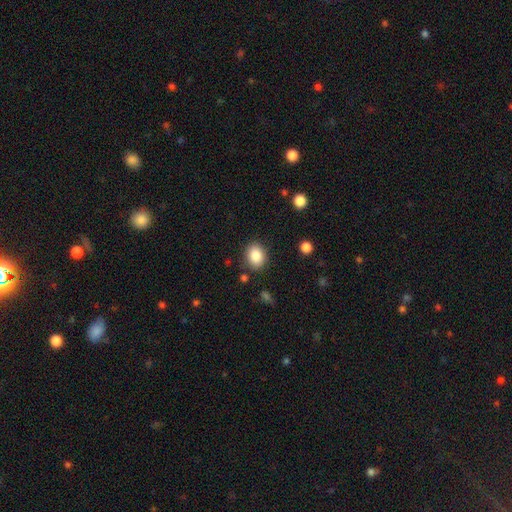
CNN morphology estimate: smooth_or_featured: smooth (p=0.86) [alt: star or artifact p=0.08]
how_rounded: in between (p=0.58) [alt: round p=0.41]
merging: none (p=0.86) [alt: minor disturbance p=0.09]